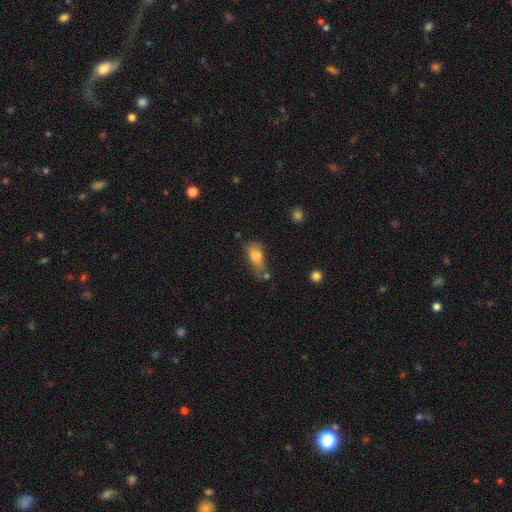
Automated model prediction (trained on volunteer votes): Smooth or featured?
  - smooth: 76% *
  - featured or disk: 15%
  - star or artifact: 9%
How rounded?
  - in between: 81% *
  - cigar-shaped: 12%
  - round: 8%
Merging?
  - none: 36% *
  - minor disturbance: 32%
  - major disturbance: 18%
  - merger: 14%